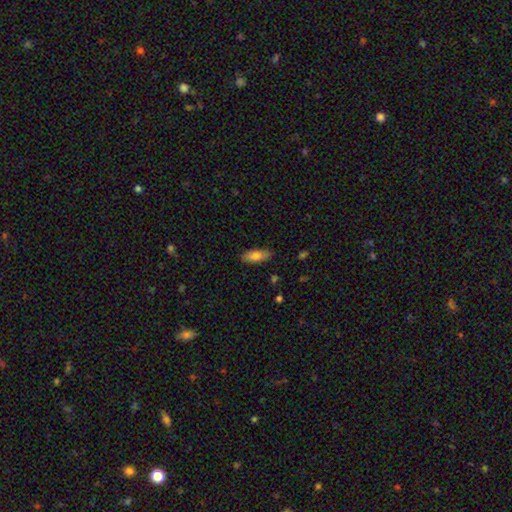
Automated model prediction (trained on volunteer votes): Smooth or featured: smooth — 82% (featured or disk — 12%)
How rounded: in between — 74% (cigar-shaped — 24%)
Merging: none — 83% (minor disturbance — 13%)